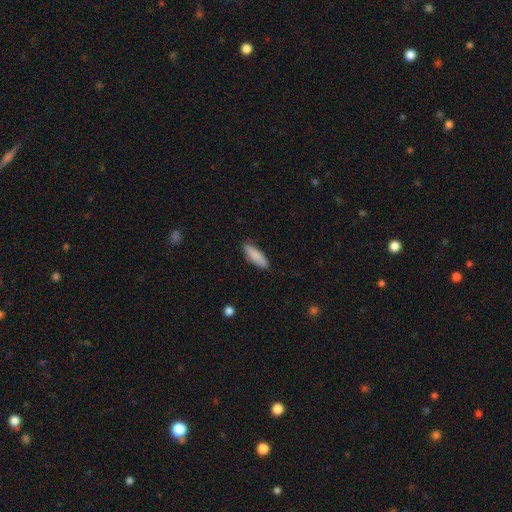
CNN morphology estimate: Smooth or featured? Predicted: smooth (p=0.87). How rounded? Predicted: in between (p=0.54). Merging? Predicted: none (p=0.86).